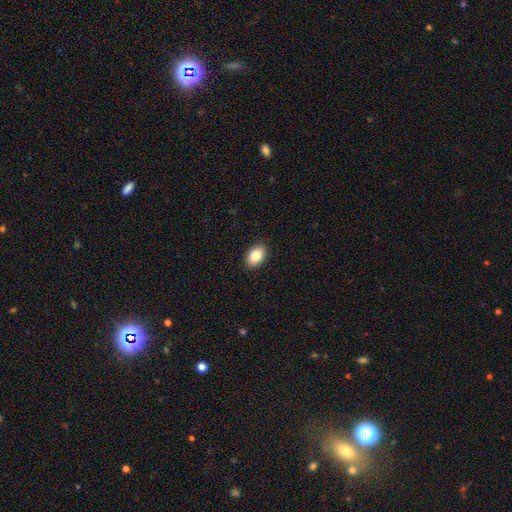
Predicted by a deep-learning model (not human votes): smooth_or_featured: smooth (p=0.86) [alt: star or artifact p=0.07]
how_rounded: in between (p=0.88) [alt: round p=0.10]
merging: none (p=0.90) [alt: minor disturbance p=0.07]